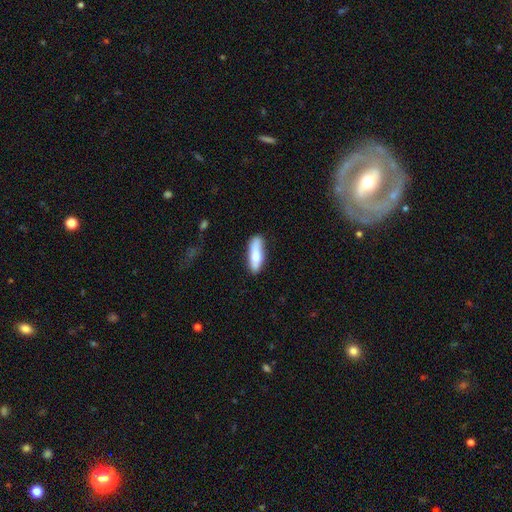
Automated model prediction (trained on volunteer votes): This appears to be a smooth galaxy with no disk features (65%) that is cigar-shaped (50%). Merging: none (71%).